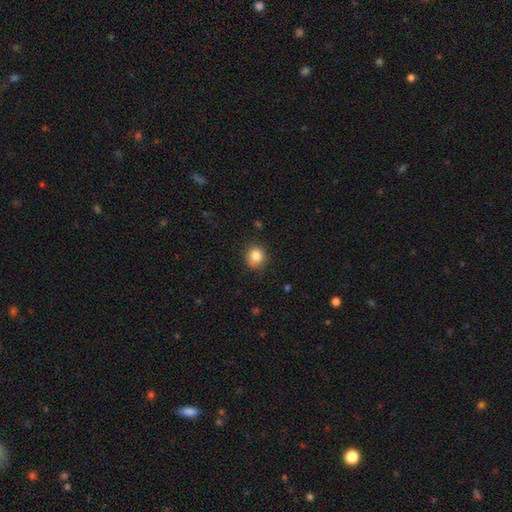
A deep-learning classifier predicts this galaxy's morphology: A smooth galaxy with no disk features (84%) that is round (83%). Merging: none (84%).